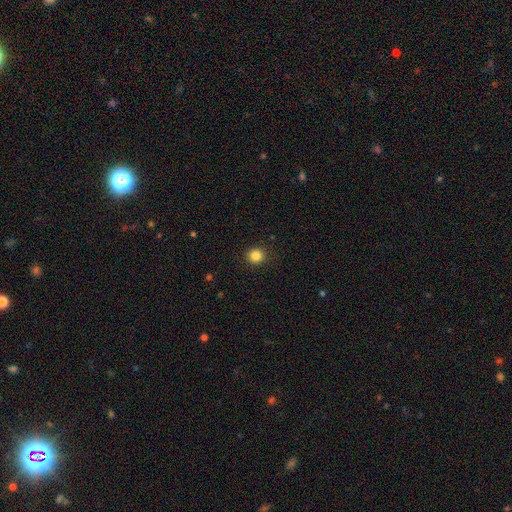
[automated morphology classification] smooth 84%, star or artifact 12%, featured or disk 4%. Down the decision tree: how rounded — round (91%); merging — none (91%).